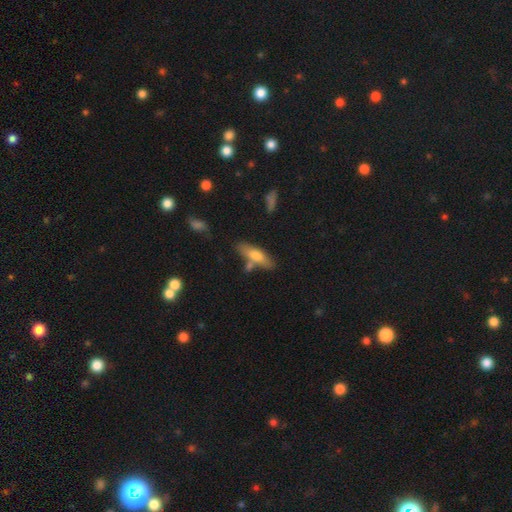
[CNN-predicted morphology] A smooth galaxy with no disk features (68%) that is cigar-shaped (51%).

Vote fractions:
- Smooth or featured? smooth: 68% / featured or disk: 26% / star or artifact: 6%
- How rounded? cigar-shaped: 51% / in between: 47% / round: 2%
- Merging? none: 65% / minor disturbance: 16% / merger: 15% / major disturbance: 4%